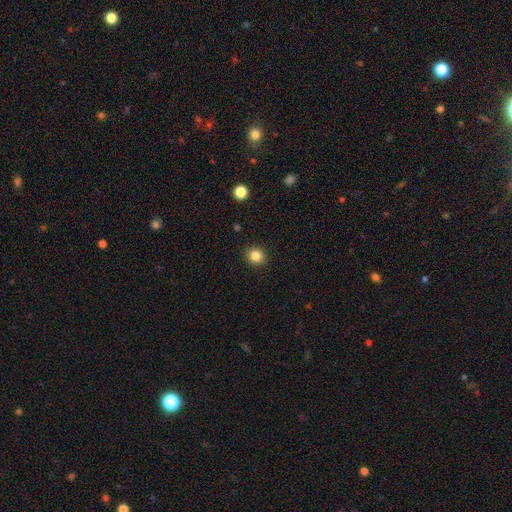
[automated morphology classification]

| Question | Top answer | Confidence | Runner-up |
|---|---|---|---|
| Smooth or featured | smooth | 85% | star or artifact (11%) |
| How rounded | round | 87% | in between (12%) |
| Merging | none | 92% | minor disturbance (5%) |